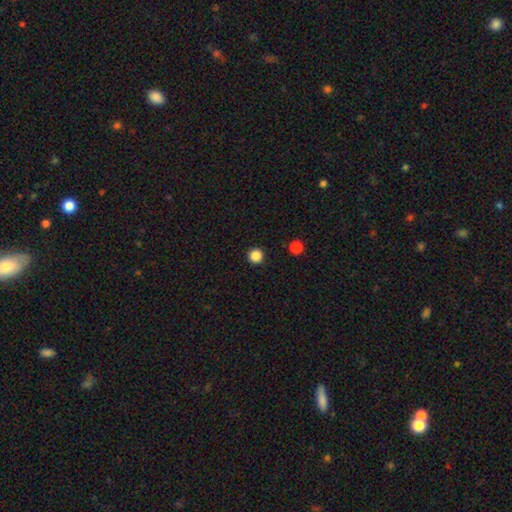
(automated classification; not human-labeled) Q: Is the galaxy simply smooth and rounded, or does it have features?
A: smooth — 86%.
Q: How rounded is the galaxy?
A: round — 96%.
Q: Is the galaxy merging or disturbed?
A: none — 93%.